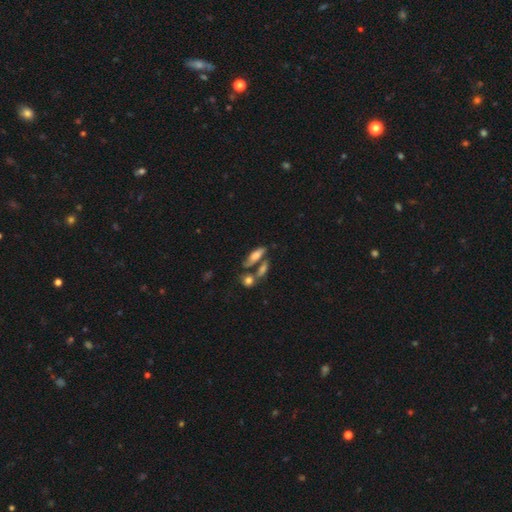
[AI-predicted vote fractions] Smooth or featured: smooth — 63% (featured or disk — 27%)
How rounded: in between — 66% (cigar-shaped — 30%)
Merging: none — 48% (merger — 29%)